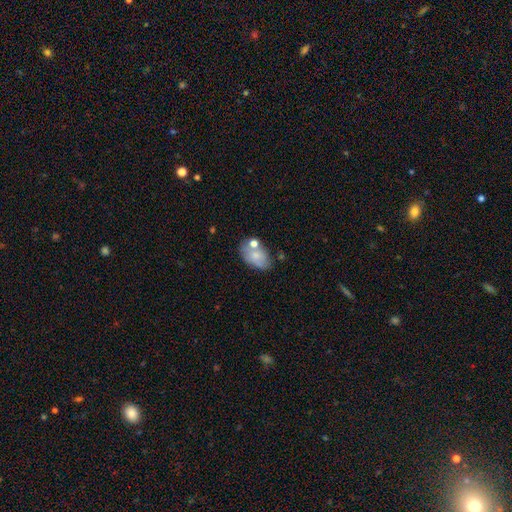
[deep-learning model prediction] The model was most divided on "merging": none: 48%, minor disturbance: 23%, merger: 20%, major disturbance: 9%. More confident: how rounded — in between (88%); smooth or featured — smooth (66%).